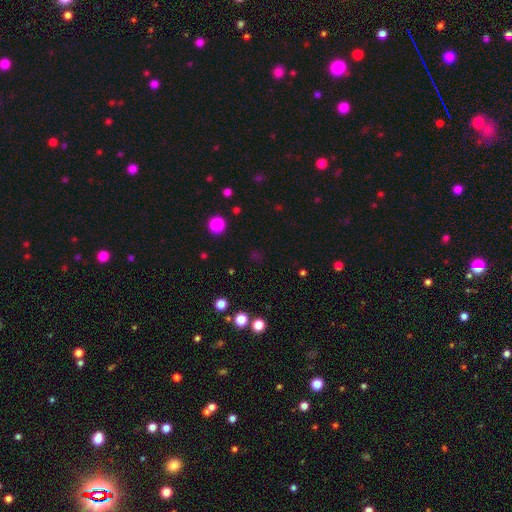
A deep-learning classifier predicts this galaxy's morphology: Smooth or featured: star or artifact — 49% (smooth — 44%)